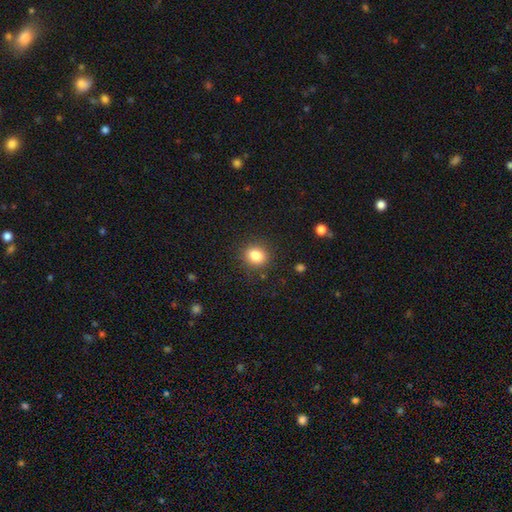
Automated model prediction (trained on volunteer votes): This is clearly a smooth galaxy (84%). How rounded: likely round (73%). Merging: clearly none (86%).